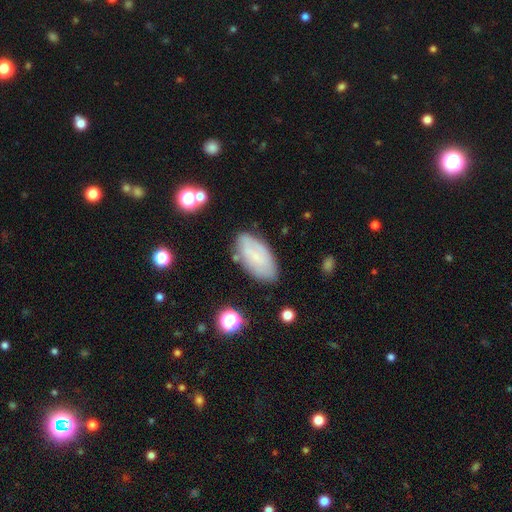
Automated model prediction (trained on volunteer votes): A smooth galaxy with no disk features (53%) that is in between round and cigar-shaped (92%).

Vote fractions:
- Smooth or featured? smooth: 53% / featured or disk: 38% / star or artifact: 9%
- How rounded? in between: 92% / cigar-shaped: 5% / round: 3%
- Merging? none: 76% / minor disturbance: 17% / major disturbance: 5% / merger: 3%